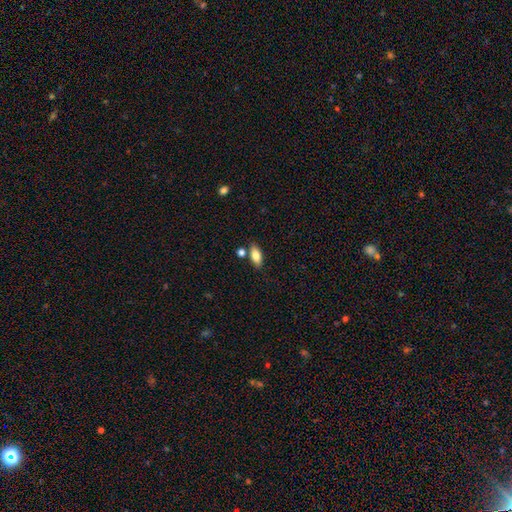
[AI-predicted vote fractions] smooth_or_featured: smooth (p=0.79) [alt: featured or disk p=0.14]
how_rounded: in between (p=0.84) [alt: cigar-shaped p=0.12]
merging: none (p=0.77) [alt: minor disturbance p=0.11]